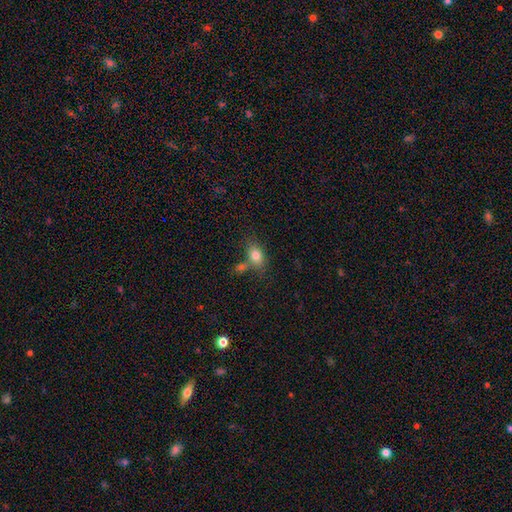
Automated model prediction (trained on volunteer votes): Smooth or featured: smooth — 79% (featured or disk — 11%)
How rounded: in between — 79% (round — 18%)
Merging: none — 54% (merger — 26%)